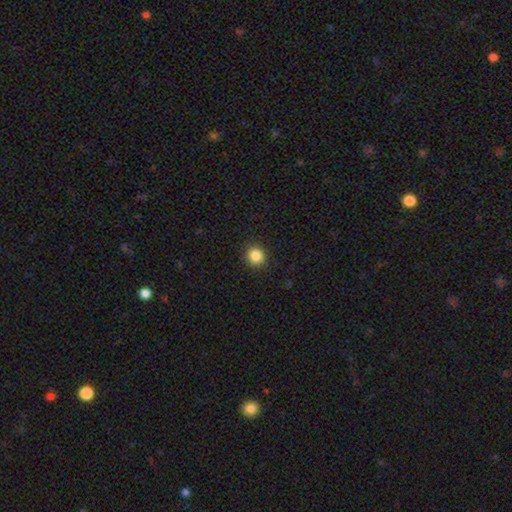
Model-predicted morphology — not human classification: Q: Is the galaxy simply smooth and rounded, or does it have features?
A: smooth — 86%.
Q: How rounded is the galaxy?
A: round — 89%.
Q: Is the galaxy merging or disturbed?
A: none — 91%.